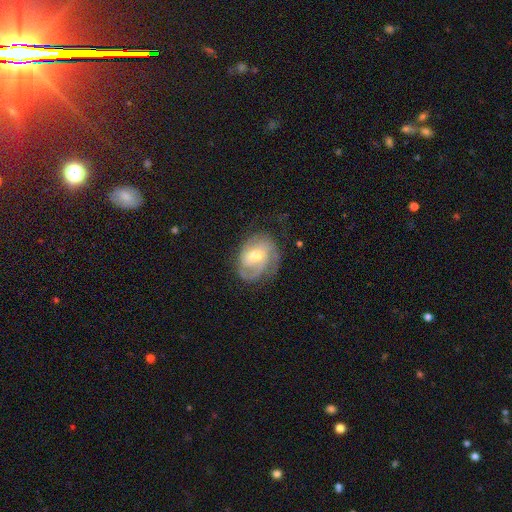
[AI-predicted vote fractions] featured or disk 82%, smooth 13%, star or artifact 5%. Down the decision tree: edge-on disk — no (97%); bar — no (44%); spiral arms — yes (94%); spiral arm count — 2 (44%); spiral winding — tight (49%); bulge size — moderate (66%); merging — none (66%).